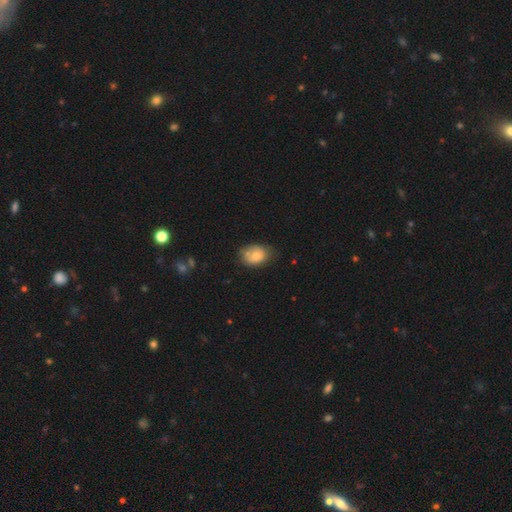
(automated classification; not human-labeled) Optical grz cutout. It shows a smooth galaxy with no disk features (75%) that is in between round and cigar-shaped (72%). Merging: none (57%).